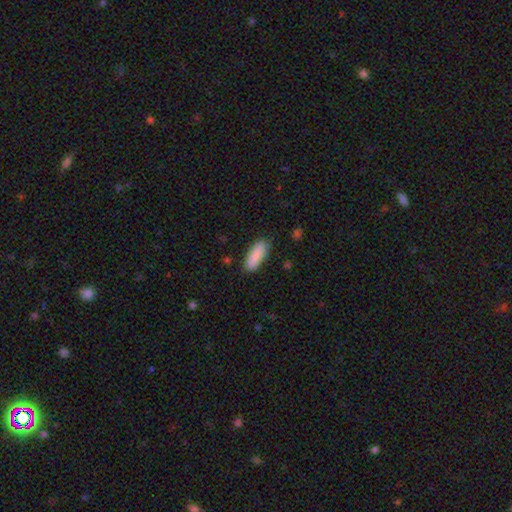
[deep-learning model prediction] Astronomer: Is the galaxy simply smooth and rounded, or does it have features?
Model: smooth — 89%.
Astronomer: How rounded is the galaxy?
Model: in between — 64%.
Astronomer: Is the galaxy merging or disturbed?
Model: none — 83%.